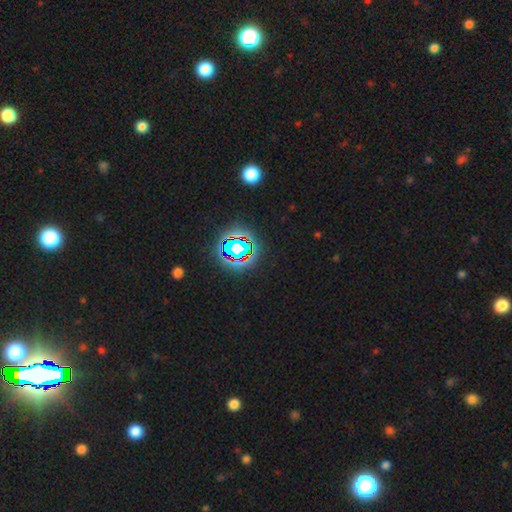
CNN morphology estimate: star or artifact 81%, smooth 11%, featured or disk 7%.